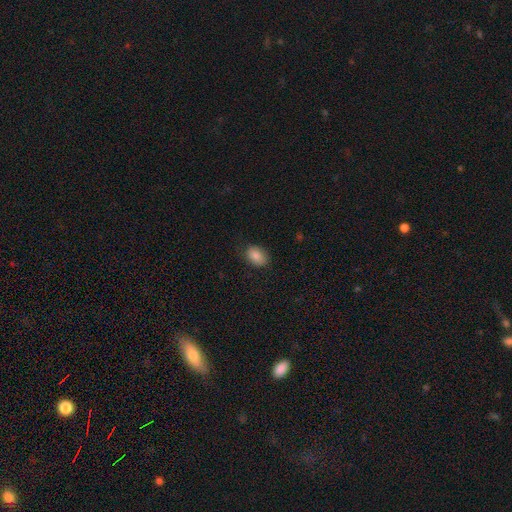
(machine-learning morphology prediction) smooth 85%, star or artifact 8%, featured or disk 7%. Down the decision tree: how rounded — in between (82%); merging — none (79%).